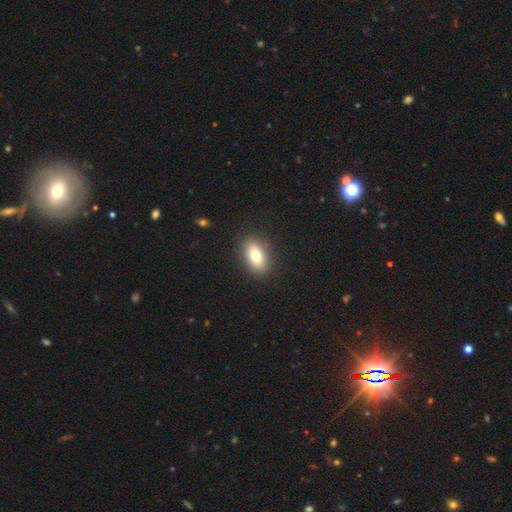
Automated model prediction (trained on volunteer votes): The model was most divided on "smooth or featured": smooth: 76%, featured or disk: 15%, star or artifact: 9%. More confident: merging — none (88%); how rounded — in between (86%).